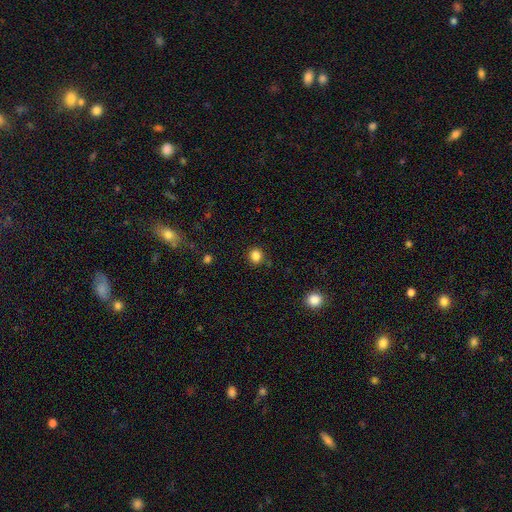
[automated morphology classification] Q: Smooth or featured?
A: smooth (84%); runner-up: star or artifact (12%)
Q: How rounded?
A: round (86%); runner-up: in between (13%)
Q: Merging?
A: none (87%); runner-up: minor disturbance (8%)